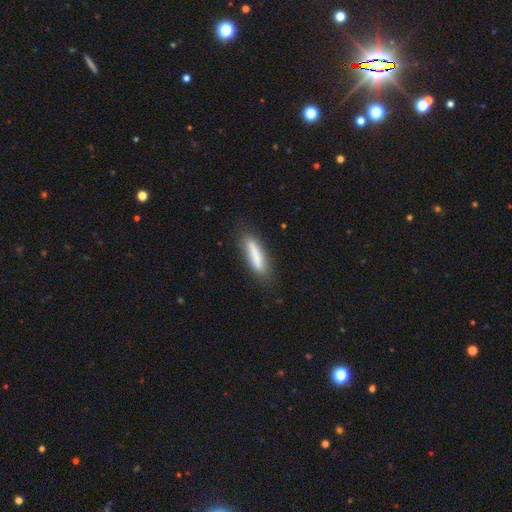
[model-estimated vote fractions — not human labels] Overall: smooth (76%). How rounded: cigar-shaped (79%). Merging: none (76%).